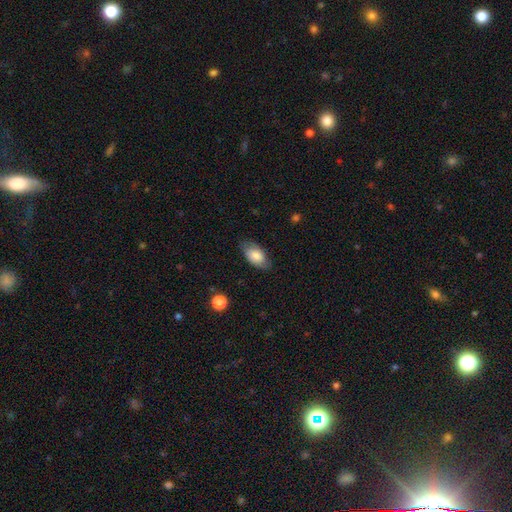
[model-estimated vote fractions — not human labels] smooth-or-featured: smooth: 77% | featured or disk: 16% | star or artifact: 7%
  how-rounded: in between: 92% | round: 4% | cigar-shaped: 3%
  merging: none: 77% | minor disturbance: 17% | major disturbance: 4% | merger: 1%